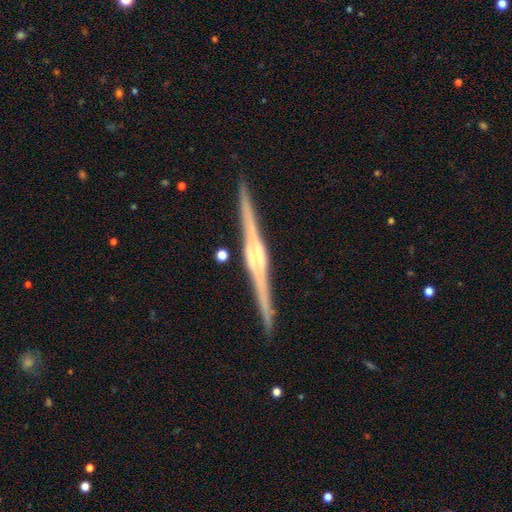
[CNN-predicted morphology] The model was most divided on "edge-on bulge": rounded: 46%, boxy: 45%, none: 9%. More confident: edge-on disk — yes (99%); merging — none (92%); smooth or featured — featured or disk (89%).